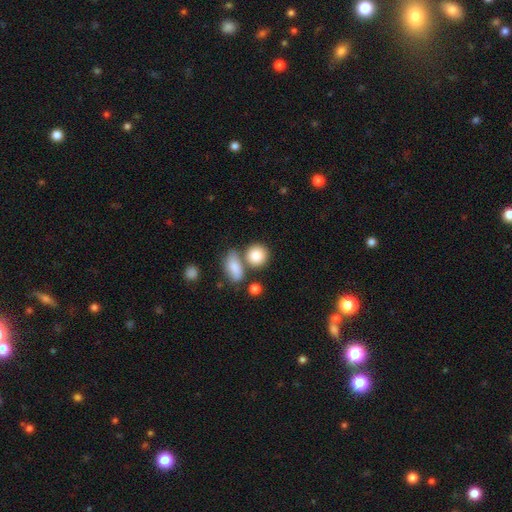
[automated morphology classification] type=smooth (86%); roundness=round (73%); merging=none (58%).